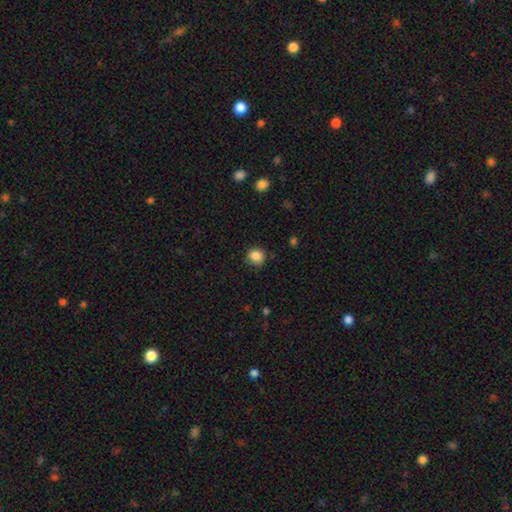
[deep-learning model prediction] Smooth or featured? smooth (86%)
How rounded? round (85%)
Merging? none (82%)